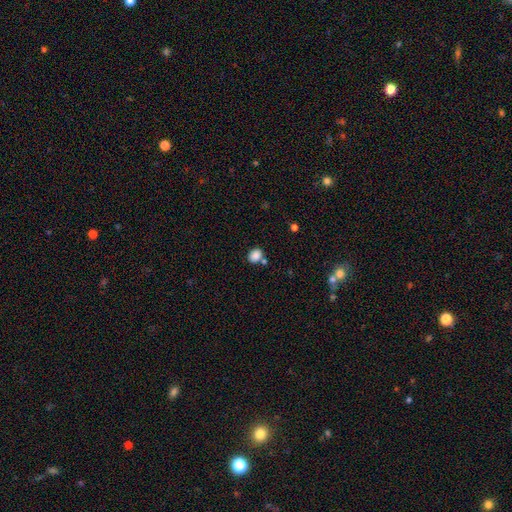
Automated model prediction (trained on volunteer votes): Overall: smooth (85%). How rounded: in between (55%; round 44%). Merging: none (67%).